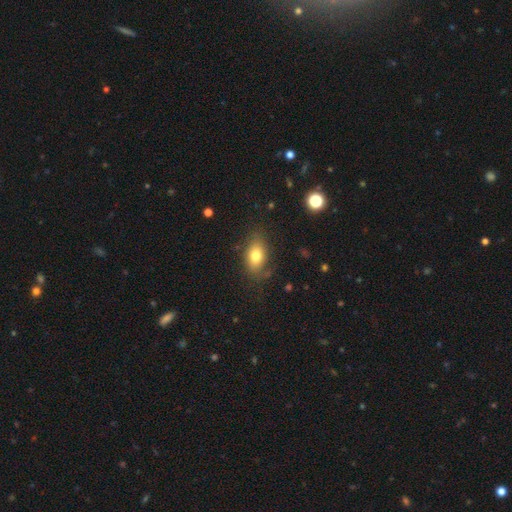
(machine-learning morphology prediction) The model was most divided on "merging": none: 76%, minor disturbance: 16%, major disturbance: 6%, merger: 2%. More confident: how rounded — in between (85%); smooth or featured — smooth (76%).